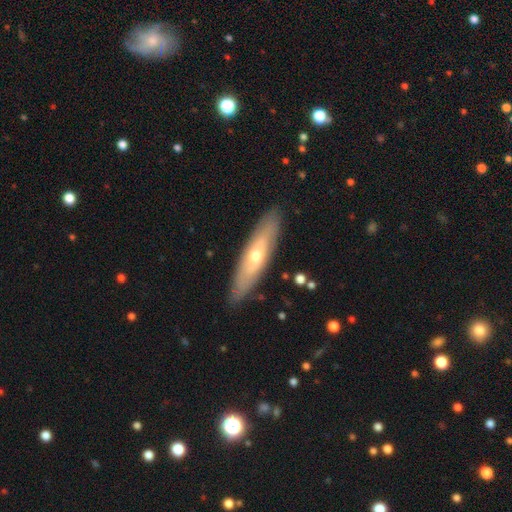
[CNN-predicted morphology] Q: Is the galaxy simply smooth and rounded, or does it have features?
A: featured or disk — 55%.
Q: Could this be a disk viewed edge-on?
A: yes — 60%.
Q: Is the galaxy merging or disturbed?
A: none — 87%.